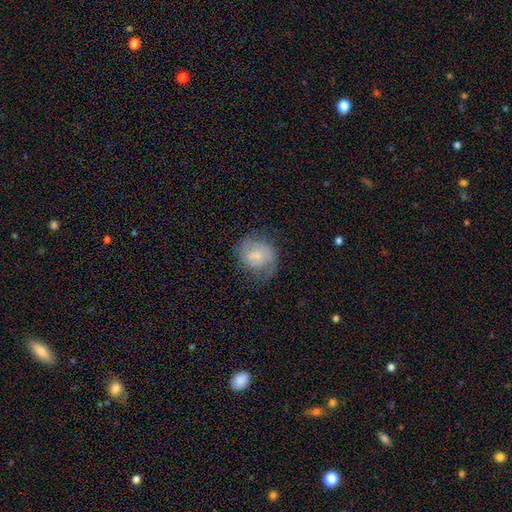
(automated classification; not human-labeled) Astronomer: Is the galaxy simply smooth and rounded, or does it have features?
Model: featured or disk — 58%.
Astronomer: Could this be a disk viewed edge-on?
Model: no — 97%.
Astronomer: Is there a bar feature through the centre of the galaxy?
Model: no — 62%.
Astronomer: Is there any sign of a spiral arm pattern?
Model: yes — 86%.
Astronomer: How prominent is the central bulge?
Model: small — 55% (runner-up: moderate, 32%).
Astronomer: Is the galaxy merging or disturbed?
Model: none — 63%.